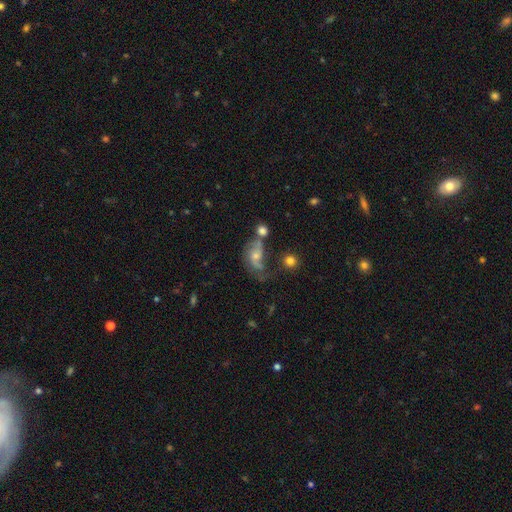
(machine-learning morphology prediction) Q: Smooth or featured?
A: featured or disk (68%); runner-up: smooth (20%)
Q: Edge-on disk?
A: no (96%); runner-up: yes (4%)
Q: Bar?
A: no (63%); runner-up: weak (31%)
Q: Spiral arms?
A: yes (88%); runner-up: no (12%)
Q: Spiral winding?
A: loose (43%); runner-up: medium (41%)
Q: Spiral arm count?
A: 2 (66%); runner-up: 1 (13%)
Q: Bulge size?
A: moderate (47%); runner-up: small (44%)
Q: Merging?
A: none (39%); runner-up: major disturbance (22%)